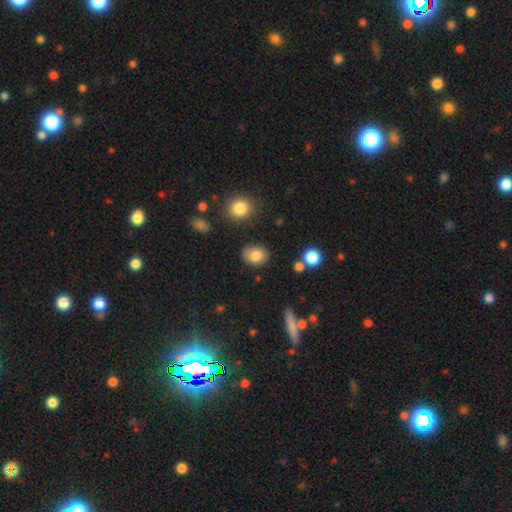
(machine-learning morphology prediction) A smooth galaxy with no disk features (81%) that is in between round and cigar-shaped (51%).

Vote fractions:
- Smooth or featured? smooth: 81% / featured or disk: 10% / star or artifact: 9%
- How rounded? in between: 51% / round: 48% / cigar-shaped: 1%
- Merging? none: 83% / minor disturbance: 11% / major disturbance: 3% / merger: 3%